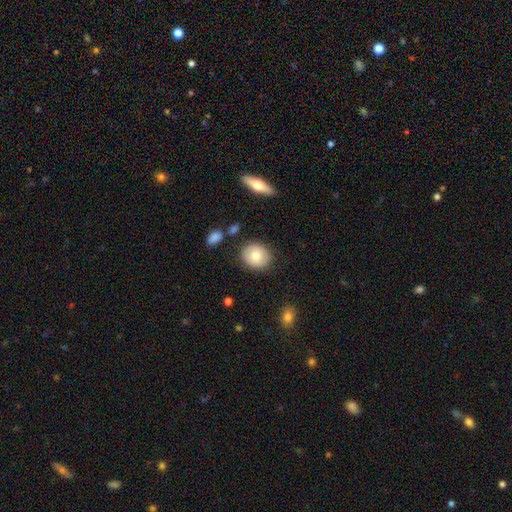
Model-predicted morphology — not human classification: The model was most divided on "how rounded": round: 63%, in between: 36%, cigar-shaped: 1%. More confident: merging — none (85%); smooth or featured — smooth (74%).